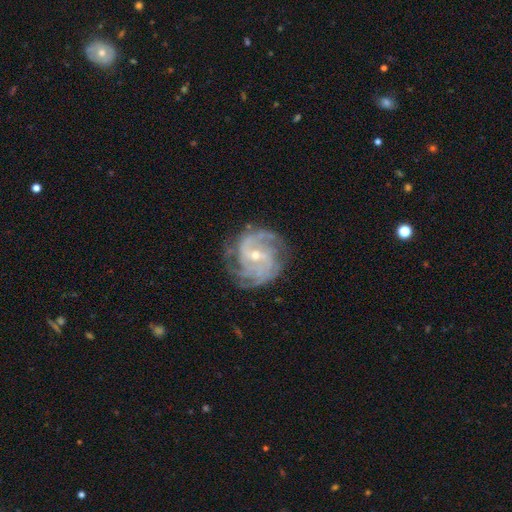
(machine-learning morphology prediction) featured or disk 89%, star or artifact 6%, smooth 5%. Down the decision tree: edge-on disk — no (98%); bar — weak (48%); spiral arms — yes (97%); spiral arm count — 3 (25%); spiral winding — tight (54%); bulge size — small (58%); merging — none (75%).